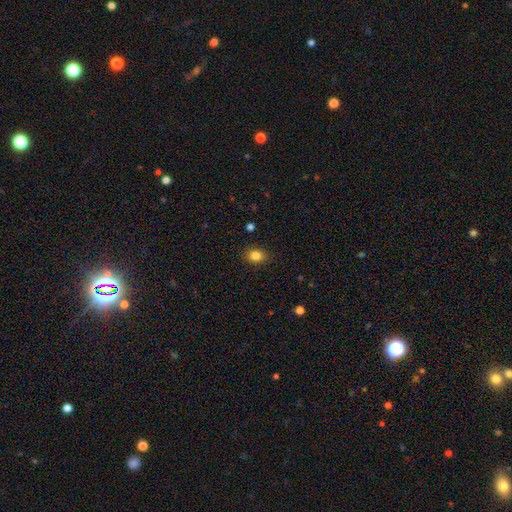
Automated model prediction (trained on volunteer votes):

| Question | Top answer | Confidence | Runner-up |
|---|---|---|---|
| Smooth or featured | smooth | 84% | star or artifact (10%) |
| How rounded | in between | 62% | round (36%) |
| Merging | none | 88% | minor disturbance (9%) |